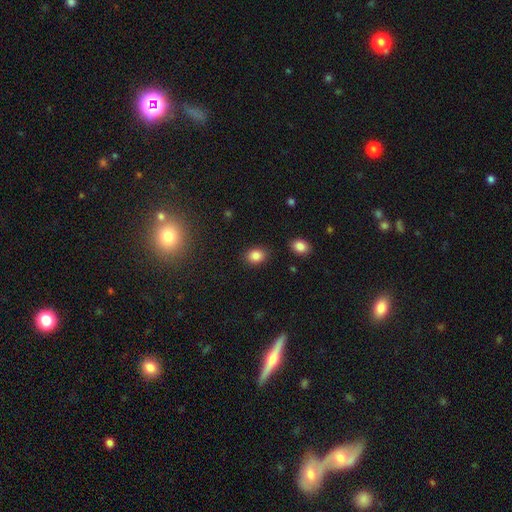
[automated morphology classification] This is clearly a smooth galaxy (85%). How rounded: possibly in between (55%). Merging: clearly none (86%).